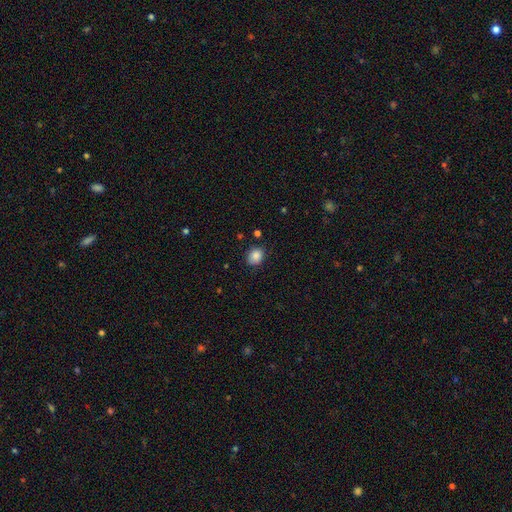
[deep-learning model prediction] Overall: smooth (86%). How rounded: round (59%; in between 40%). Merging: none (81%).